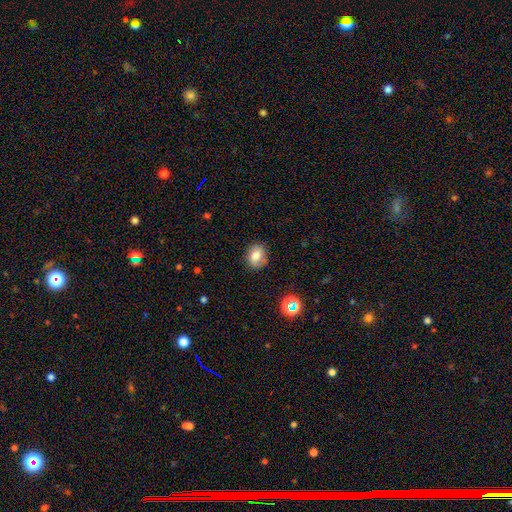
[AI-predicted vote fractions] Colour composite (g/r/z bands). It shows a smooth galaxy with no disk features (79%) that is round (52%). Merging: none (80%).